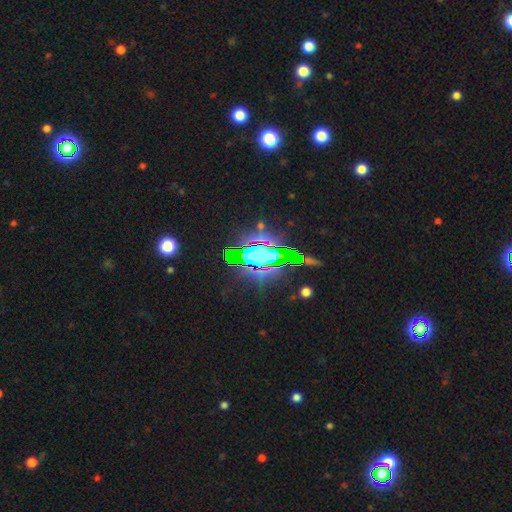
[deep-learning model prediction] Smooth or featured?
  - star or artifact: 61% *
  - smooth: 20%
  - featured or disk: 19%